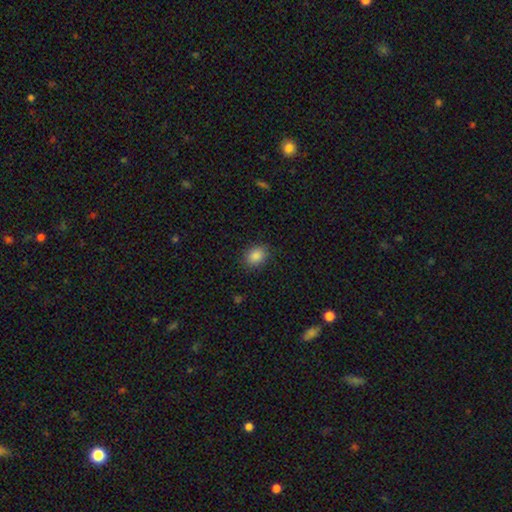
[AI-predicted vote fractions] Smooth or featured? Predicted: smooth (p=0.87). How rounded? Predicted: in between (p=0.57). Merging? Predicted: none (p=0.87).